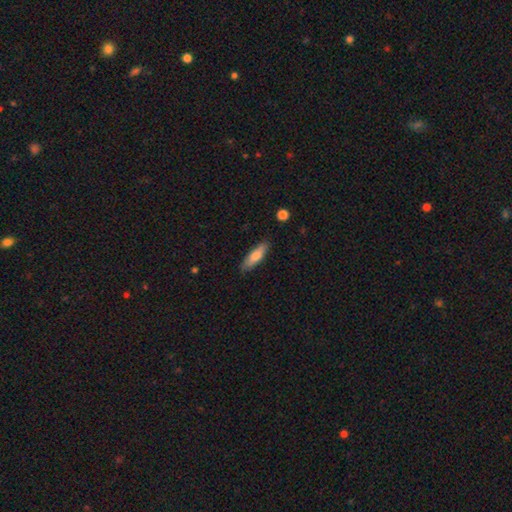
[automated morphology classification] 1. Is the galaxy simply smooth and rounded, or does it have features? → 76% smooth, 18% featured or disk, 6% star or artifact.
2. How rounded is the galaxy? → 63% cigar-shaped, 35% in between, 2% round.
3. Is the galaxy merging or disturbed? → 86% none, 11% minor disturbance, 2% major disturbance, 1% merger.